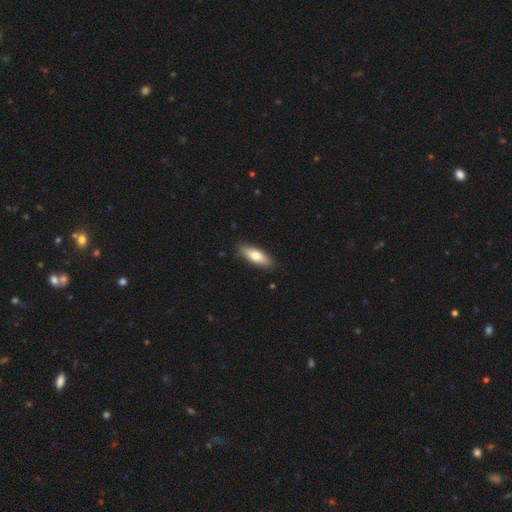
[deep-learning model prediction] Smooth or featured? smooth (70%)
How rounded? in between (60%)
Merging? none (87%)